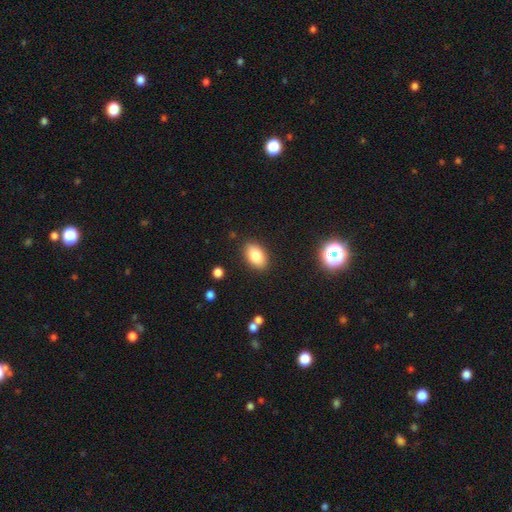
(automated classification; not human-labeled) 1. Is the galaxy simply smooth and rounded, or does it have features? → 81% smooth, 10% featured or disk, 9% star or artifact.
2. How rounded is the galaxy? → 89% in between, 9% round, 1% cigar-shaped.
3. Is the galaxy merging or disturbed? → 87% none, 9% minor disturbance, 2% major disturbance, 1% merger.